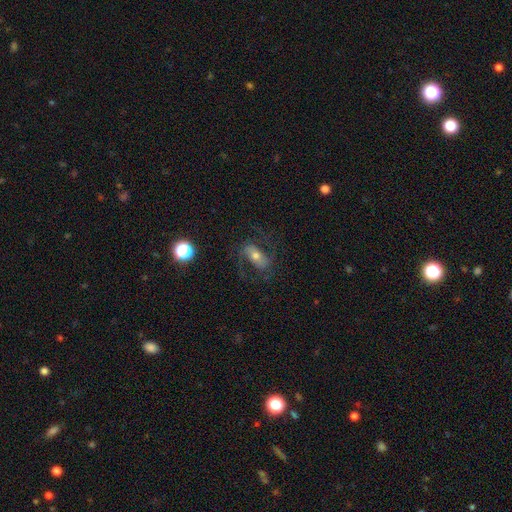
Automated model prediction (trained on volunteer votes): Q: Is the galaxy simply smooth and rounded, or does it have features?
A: featured or disk — 66%.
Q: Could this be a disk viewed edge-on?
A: no — 93%.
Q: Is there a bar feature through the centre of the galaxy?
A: no — 37%.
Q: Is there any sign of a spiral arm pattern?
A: yes — 85%.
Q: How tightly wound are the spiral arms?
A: medium — 47%.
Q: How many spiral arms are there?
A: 2 — 86%.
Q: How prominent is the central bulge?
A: moderate — 57%.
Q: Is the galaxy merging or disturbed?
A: none — 67%.